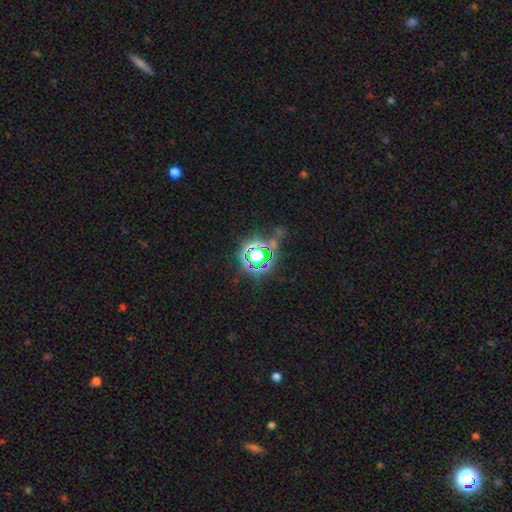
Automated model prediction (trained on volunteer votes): star or artifact 63%, smooth 24%, featured or disk 13%.